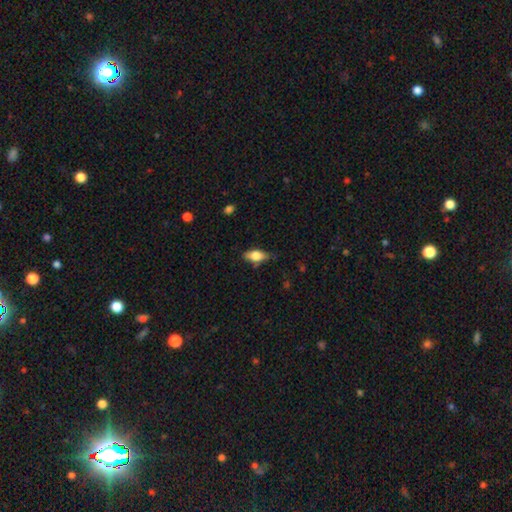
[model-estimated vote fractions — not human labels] Q: Smooth or featured?
A: smooth (69%); runner-up: featured or disk (23%)
Q: How rounded?
A: in between (83%); runner-up: cigar-shaped (13%)
Q: Merging?
A: none (63%); runner-up: minor disturbance (28%)